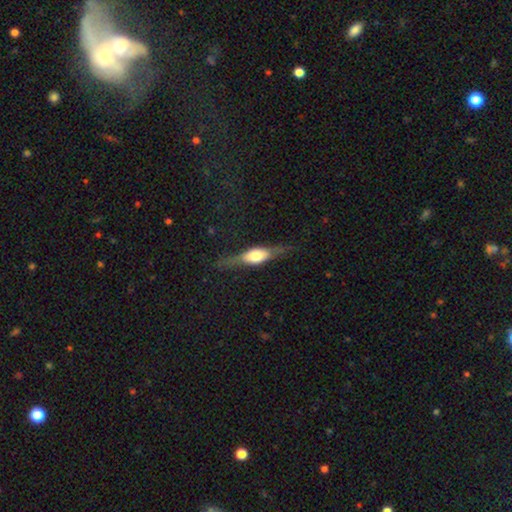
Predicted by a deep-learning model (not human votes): featured or disk 59%, smooth 34%, star or artifact 6%. Down the decision tree: edge-on disk — yes (90%); edge-on bulge — rounded (87%); merging — none (74%).